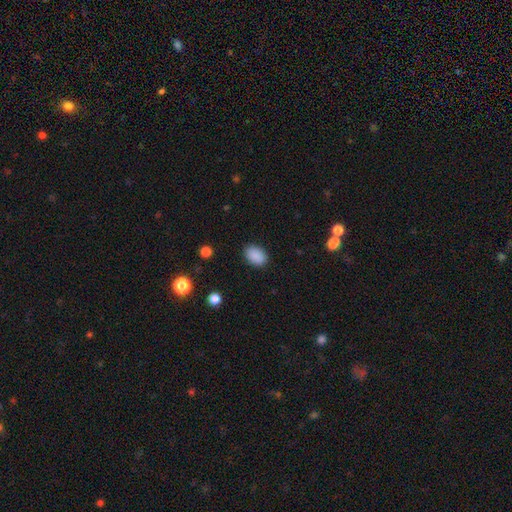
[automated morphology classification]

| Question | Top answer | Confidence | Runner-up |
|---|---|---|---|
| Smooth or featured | smooth | 89% | star or artifact (8%) |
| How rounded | in between | 83% | round (16%) |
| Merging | none | 87% | minor disturbance (10%) |